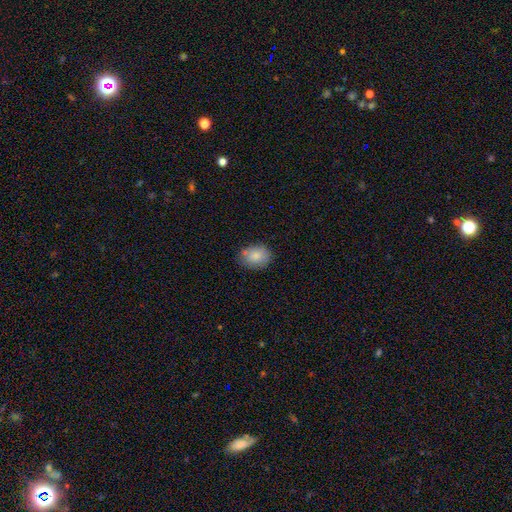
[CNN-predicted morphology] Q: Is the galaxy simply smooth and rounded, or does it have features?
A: smooth — 84%.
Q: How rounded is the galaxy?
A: in between — 59%.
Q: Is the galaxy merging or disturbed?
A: none — 77%.